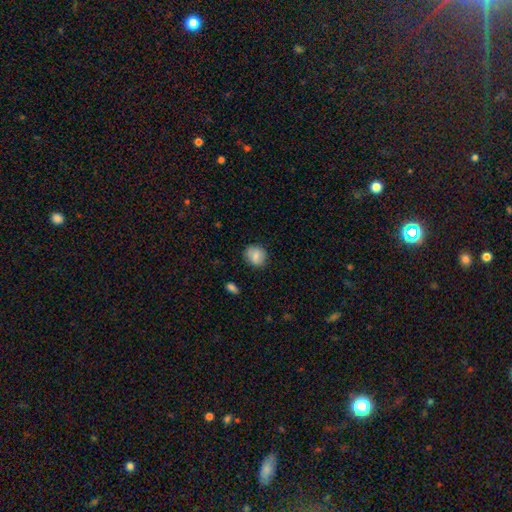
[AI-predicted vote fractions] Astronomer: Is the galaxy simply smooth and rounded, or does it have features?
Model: smooth — 81%.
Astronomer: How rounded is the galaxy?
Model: round — 74%.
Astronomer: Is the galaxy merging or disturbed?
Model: none — 82%.